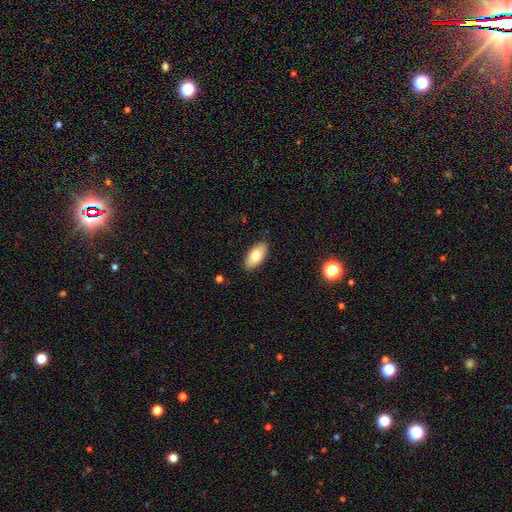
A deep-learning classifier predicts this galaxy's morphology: smooth 75%, featured or disk 19%, star or artifact 7%. Down the decision tree: how rounded — in between (90%); merging — none (88%).